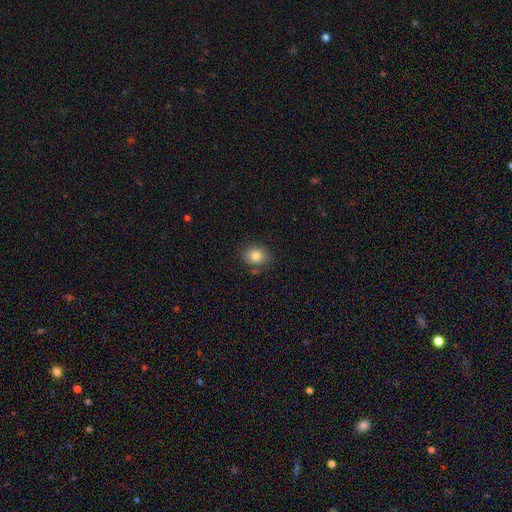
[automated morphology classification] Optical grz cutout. It shows a smooth galaxy with no disk features (83%) that is in between round and cigar-shaped (50%). Merging: none (81%).